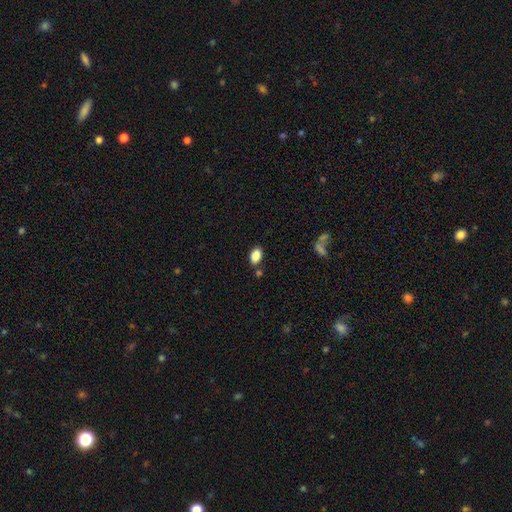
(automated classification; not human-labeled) Smooth or featured? Predicted: smooth (p=0.87). How rounded? Predicted: in between (p=0.90). Merging? Predicted: none (p=0.78).